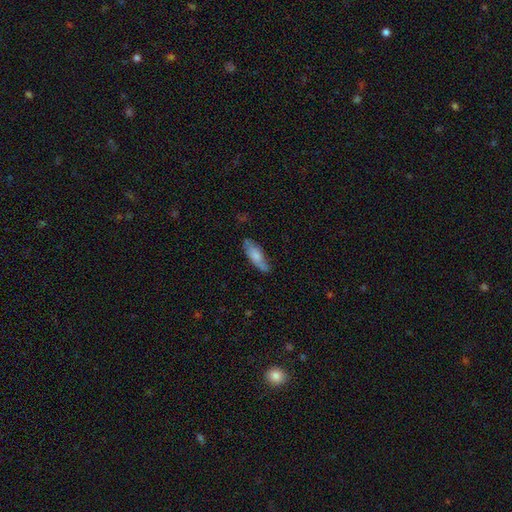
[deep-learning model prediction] smooth_or_featured: smooth (p=0.69) [alt: featured or disk p=0.24]
how_rounded: in between (p=0.59) [alt: cigar-shaped p=0.39]
merging: none (p=0.65) [alt: minor disturbance p=0.26]